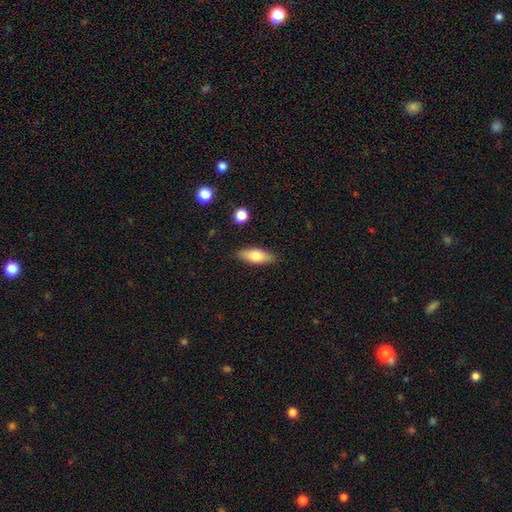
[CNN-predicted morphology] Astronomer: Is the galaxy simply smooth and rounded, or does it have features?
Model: smooth — 72%.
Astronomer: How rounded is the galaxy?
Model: in between — 71%.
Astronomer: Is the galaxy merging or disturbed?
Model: none — 86%.